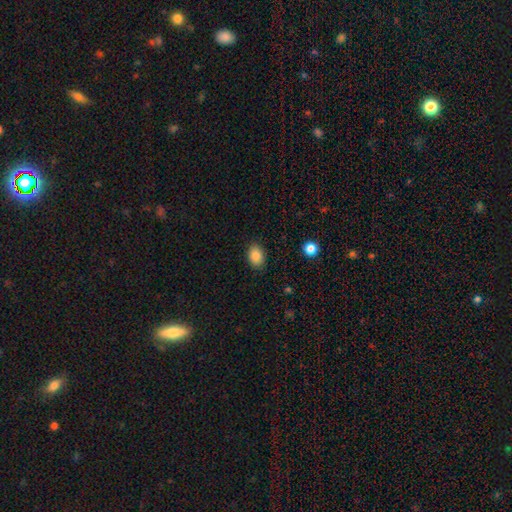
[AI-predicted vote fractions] Smooth or featured: smooth — 86% (star or artifact — 9%)
How rounded: in between — 76% (round — 23%)
Merging: none — 88% (minor disturbance — 9%)